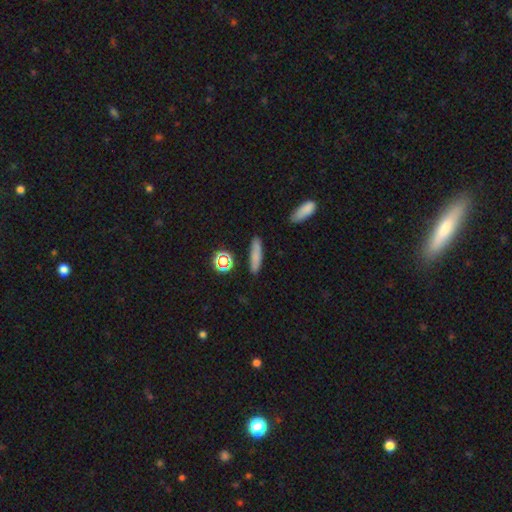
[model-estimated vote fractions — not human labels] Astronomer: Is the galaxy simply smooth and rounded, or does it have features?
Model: smooth — 78%.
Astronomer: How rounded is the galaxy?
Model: cigar-shaped — 76%.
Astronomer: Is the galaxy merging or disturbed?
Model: none — 87%.